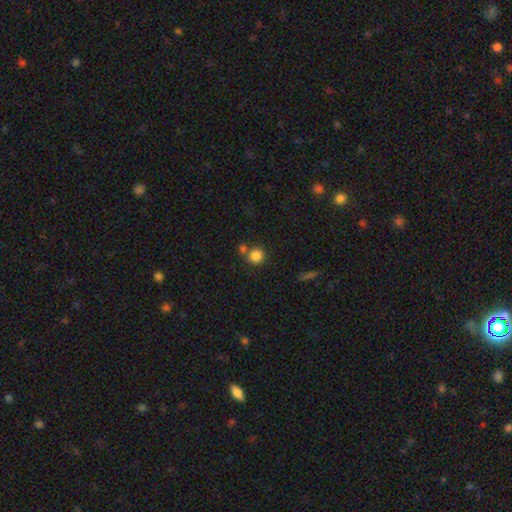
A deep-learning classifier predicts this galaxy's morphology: Overall: smooth (84%). How rounded: round (92%). Merging: none (66%).